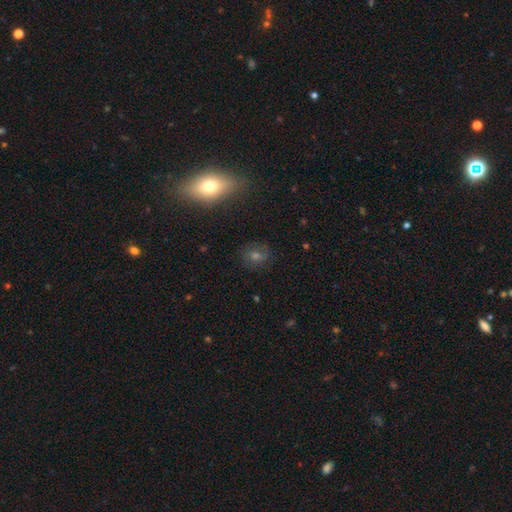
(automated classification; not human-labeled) Q: Smooth or featured?
A: smooth (46%); runner-up: featured or disk (30%)
Q: Merging?
A: none (79%); runner-up: minor disturbance (14%)